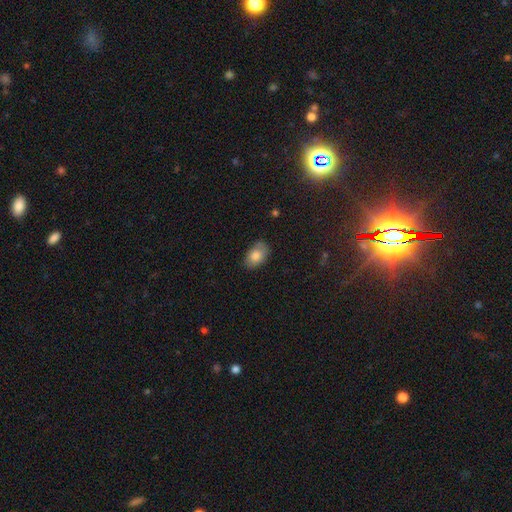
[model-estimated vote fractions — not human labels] A smooth galaxy with no disk features (81%) that is in between round and cigar-shaped (87%). Merging: none (72%).